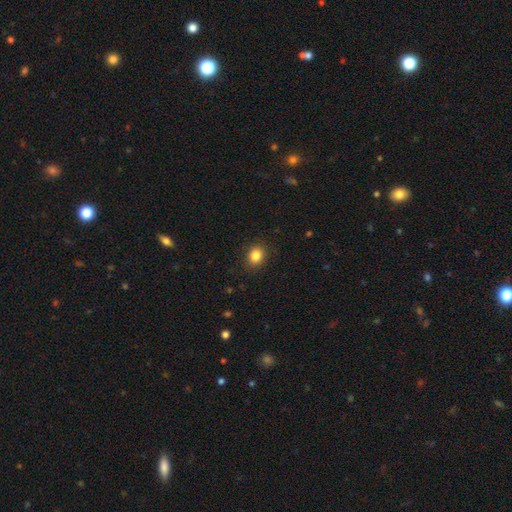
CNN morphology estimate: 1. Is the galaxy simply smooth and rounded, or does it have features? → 85% smooth, 10% star or artifact, 5% featured or disk.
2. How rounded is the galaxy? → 56% round, 43% in between, 1% cigar-shaped.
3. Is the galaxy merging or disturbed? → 89% none, 8% minor disturbance, 2% major disturbance, 1% merger.